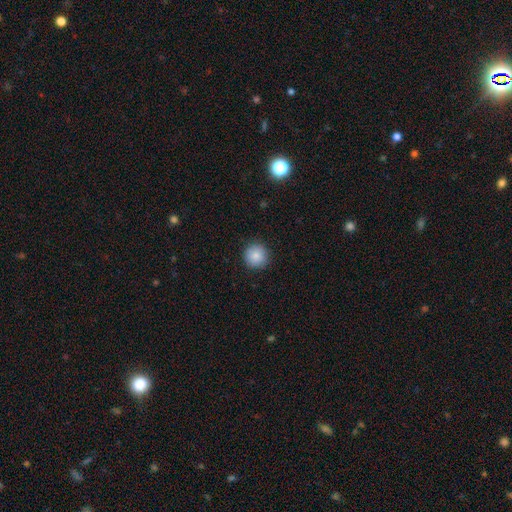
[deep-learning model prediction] smooth 87%, star or artifact 9%, featured or disk 5%. Down the decision tree: how rounded — round (95%); merging — none (91%).